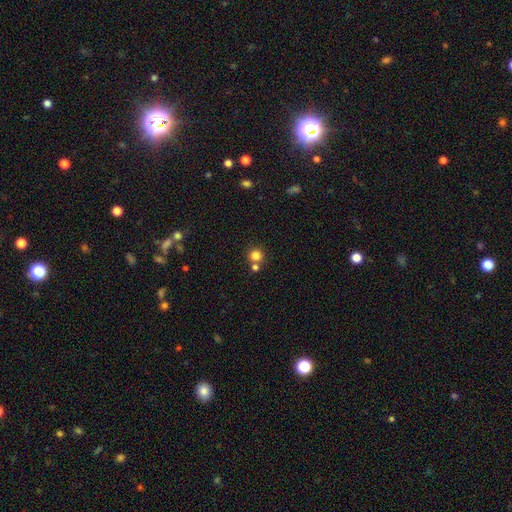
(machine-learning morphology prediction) The model was most divided on "merging": none: 67%, merger: 23%, minor disturbance: 7%, major disturbance: 3%. More confident: how rounded — round (91%); smooth or featured — smooth (81%).